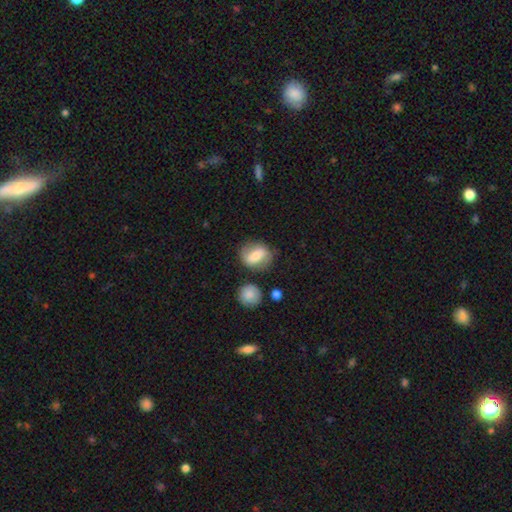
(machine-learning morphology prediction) A smooth galaxy with no disk features (58%) that is round (50%).

Vote fractions:
- Smooth or featured? smooth: 58% / featured or disk: 34% / star or artifact: 8%
- How rounded? round: 50% / in between: 48% / cigar-shaped: 2%
- Merging? none: 68% / minor disturbance: 19% / major disturbance: 7% / merger: 6%